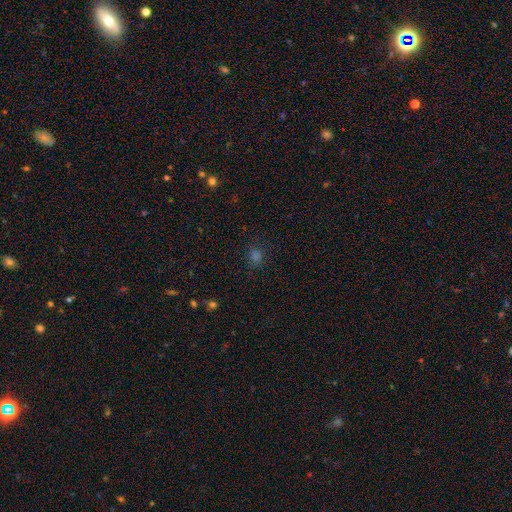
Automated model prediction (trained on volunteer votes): Overall: smooth (64%; star or artifact 31%). How rounded: round (66%; in between 33%). Merging: none (82%).